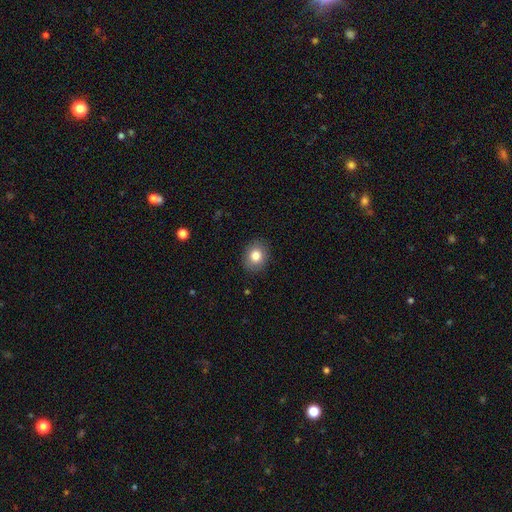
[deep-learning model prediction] smooth 82%, star or artifact 9%, featured or disk 9%. Down the decision tree: how rounded — round (61%); merging — none (88%).